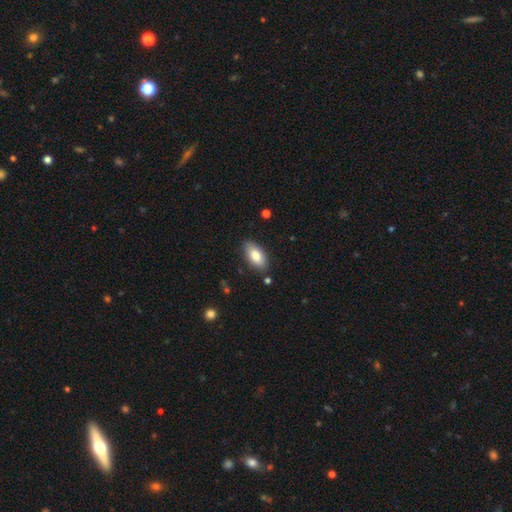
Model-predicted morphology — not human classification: This is clearly a smooth galaxy (81%). How rounded: clearly in between (92%). Merging: clearly none (84%).